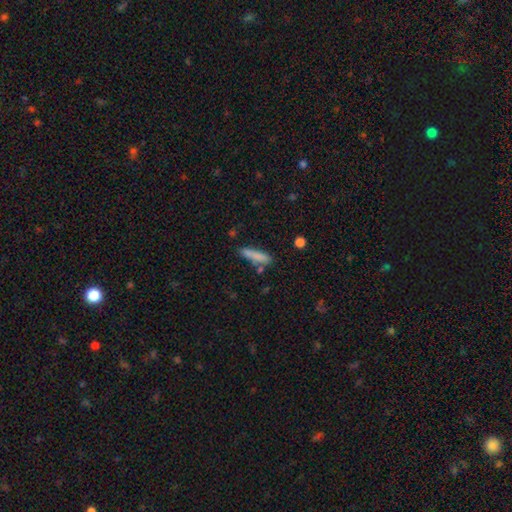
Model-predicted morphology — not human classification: This is clearly a smooth galaxy (82%). How rounded: clearly cigar-shaped (81%). Merging: likely none (74%).